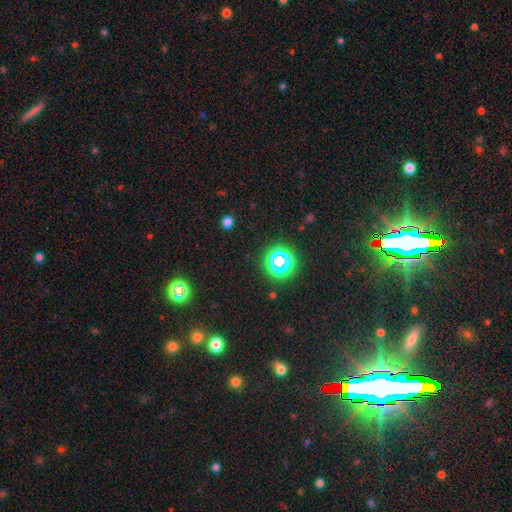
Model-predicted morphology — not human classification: This appears to be a star or artifact, not a galaxy (74%).